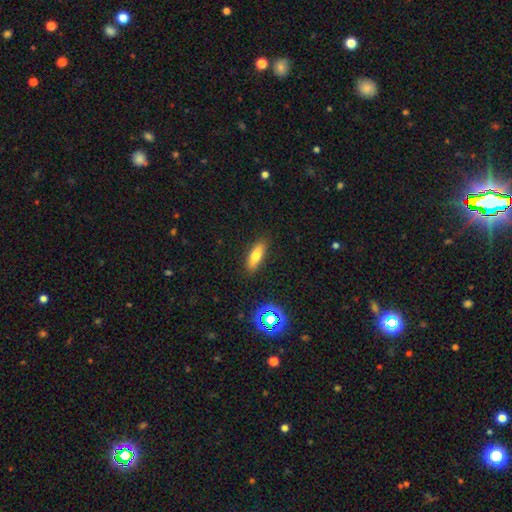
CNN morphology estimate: smooth 72%, featured or disk 18%, star or artifact 10%. Down the decision tree: how rounded — in between (53%); merging — none (88%).